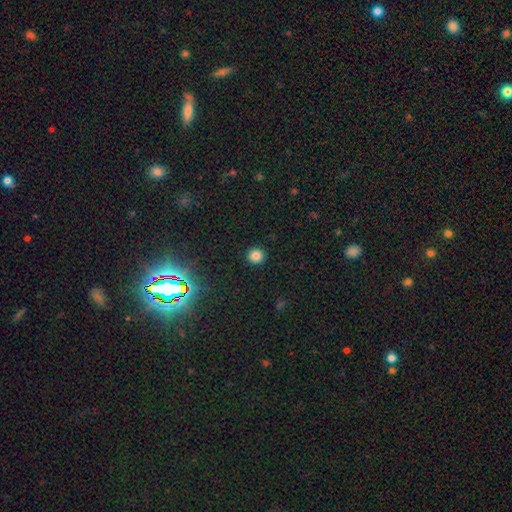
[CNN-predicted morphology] This is clearly a smooth galaxy (83%). How rounded: clearly round (93%). Merging: clearly none (93%).